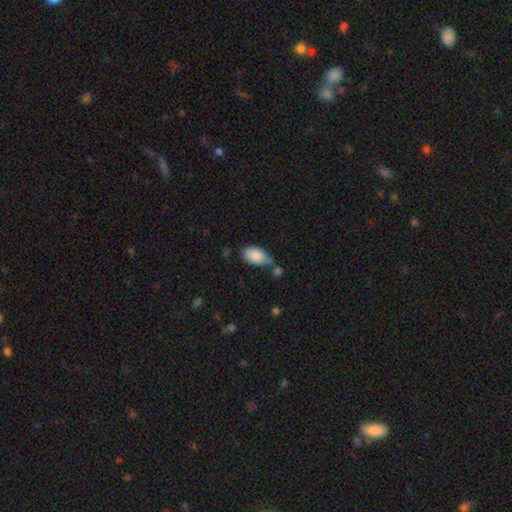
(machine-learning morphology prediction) smooth-or-featured: smooth: 85% | featured or disk: 9% | star or artifact: 7%
  how-rounded: in between: 94% | round: 4% | cigar-shaped: 2%
  merging: none: 50% | minor disturbance: 25% | merger: 18% | major disturbance: 7%